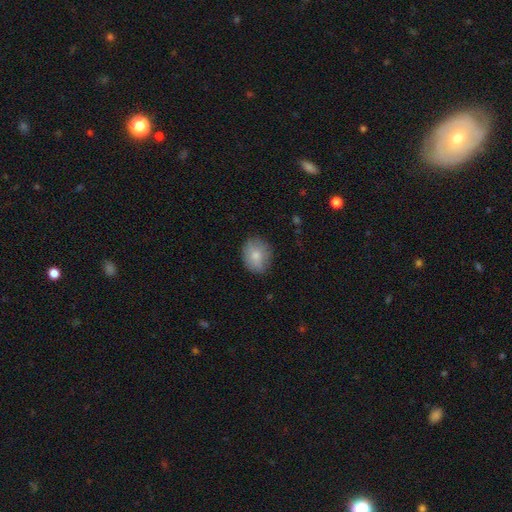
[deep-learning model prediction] smooth-or-featured: smooth: 78% | featured or disk: 15% | star or artifact: 7%
  how-rounded: in between: 51% | round: 48% | cigar-shaped: 1%
  merging: none: 78% | minor disturbance: 17% | major disturbance: 4% | merger: 1%